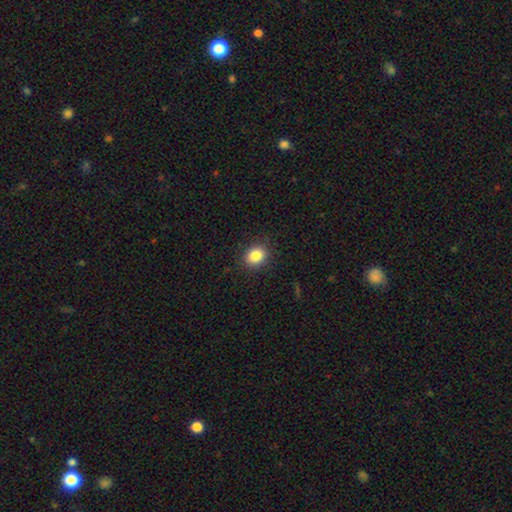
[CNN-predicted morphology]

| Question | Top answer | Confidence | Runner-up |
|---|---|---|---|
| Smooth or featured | smooth | 85% | star or artifact (10%) |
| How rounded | round | 63% | in between (37%) |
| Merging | none | 89% | minor disturbance (8%) |